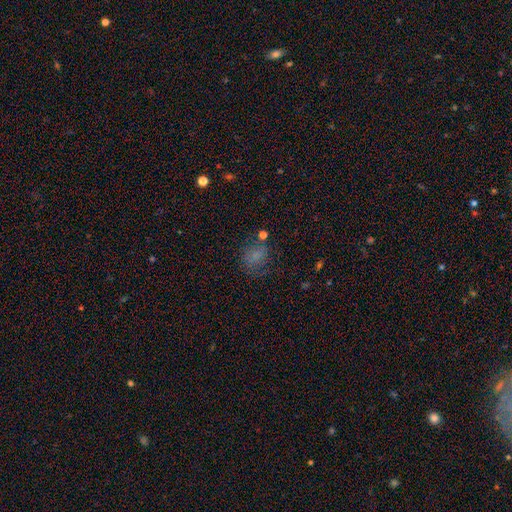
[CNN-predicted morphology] The model was most divided on "how rounded": round: 59%, in between: 40%, cigar-shaped: 1%. More confident: smooth or featured — smooth (65%); merging — none (57%).